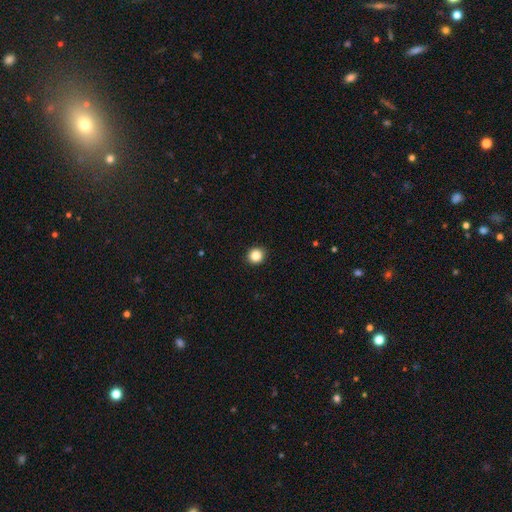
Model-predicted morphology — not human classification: This appears to be a smooth galaxy with no disk features (86%) that is round (91%). Merging: none (92%).